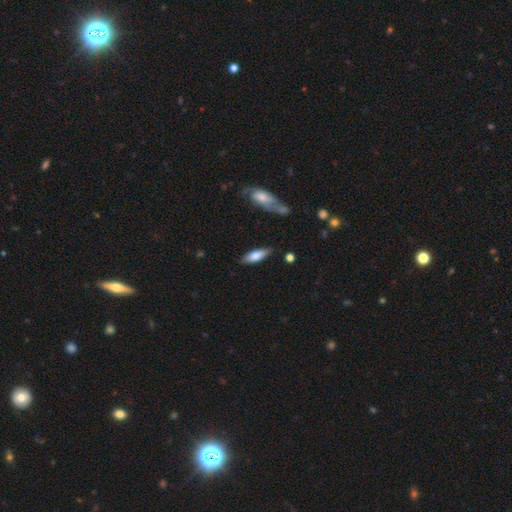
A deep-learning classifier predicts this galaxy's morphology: Smooth or featured: smooth — 75% (featured or disk — 19%)
How rounded: in between — 60% (cigar-shaped — 38%)
Merging: none — 78% (minor disturbance — 16%)